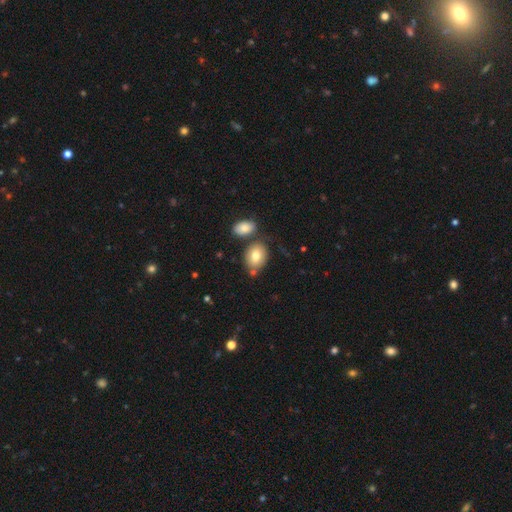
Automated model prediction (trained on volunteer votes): This appears to be a smooth galaxy with no disk features (78%) that is in between round and cigar-shaped (67%). Merging: none (63%).